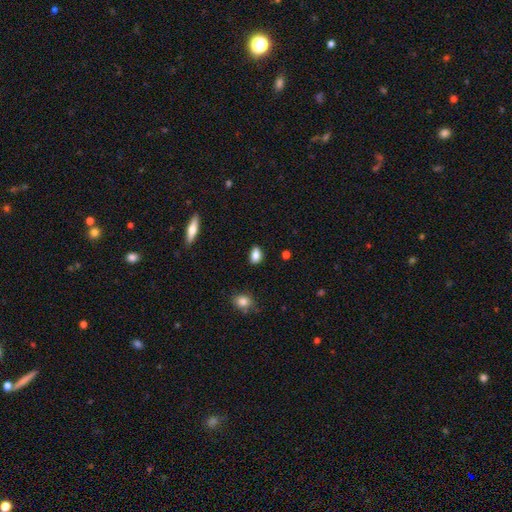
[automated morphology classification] Overall: smooth (83%). How rounded: in between (80%). Merging: none (82%).